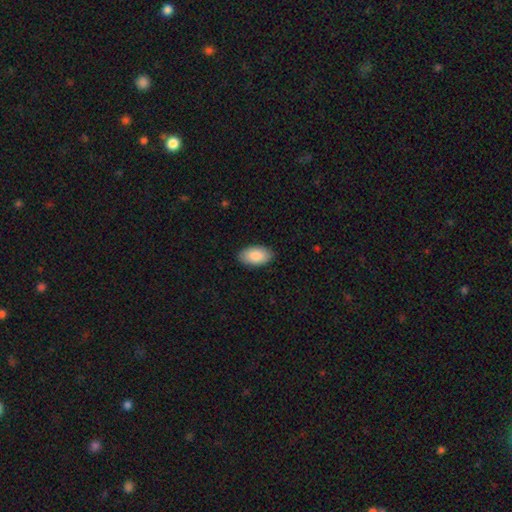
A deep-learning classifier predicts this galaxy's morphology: This appears to be a smooth galaxy with no disk features (88%) that is in between round and cigar-shaped (96%). Merging: none (89%).